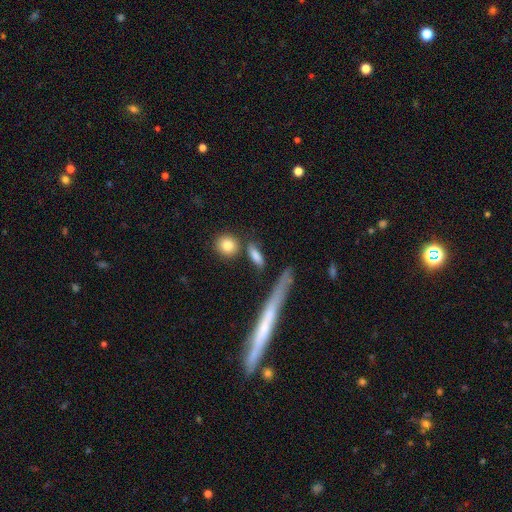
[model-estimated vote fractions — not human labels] A smooth galaxy with no disk features (78%) that is in between round and cigar-shaped (43%). Merging: none (71%).